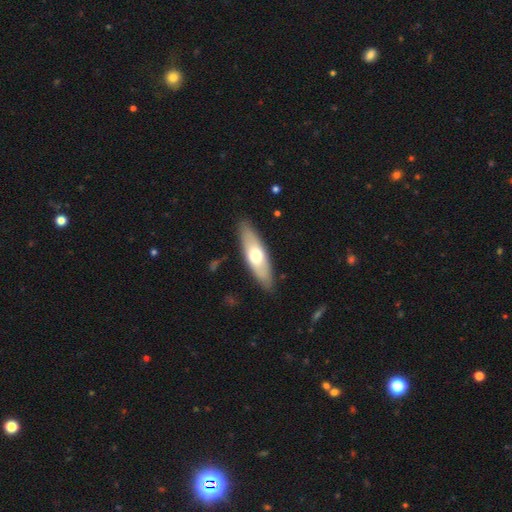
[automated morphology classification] Q: Smooth or featured?
A: smooth (57%); runner-up: featured or disk (38%)
Q: How rounded?
A: in between (51%); runner-up: cigar-shaped (46%)
Q: Merging?
A: none (87%); runner-up: minor disturbance (10%)